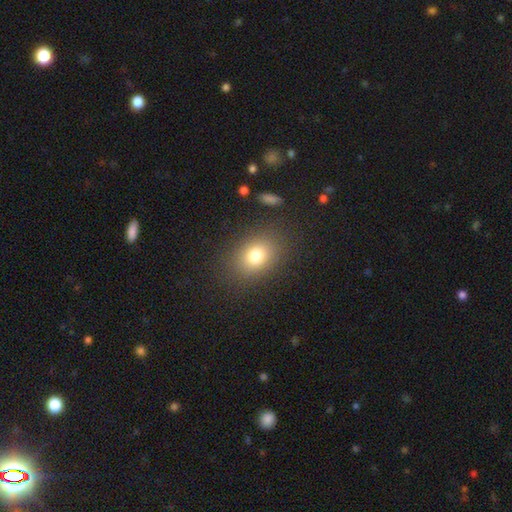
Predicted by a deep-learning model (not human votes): smooth 77%, star or artifact 13%, featured or disk 10%. Down the decision tree: how rounded — in between (58%); merging — none (84%).